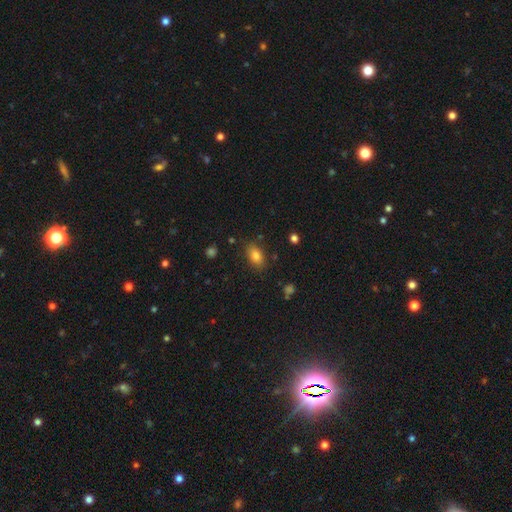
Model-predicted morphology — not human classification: Smooth or featured? Predicted: smooth (p=0.82). How rounded? Predicted: in between (p=0.86). Merging? Predicted: none (p=0.82).